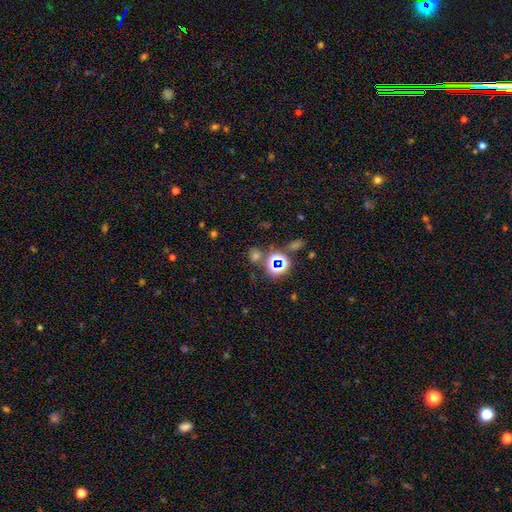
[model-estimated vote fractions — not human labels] Smooth or featured? smooth (47%)
Merging? none (71%)